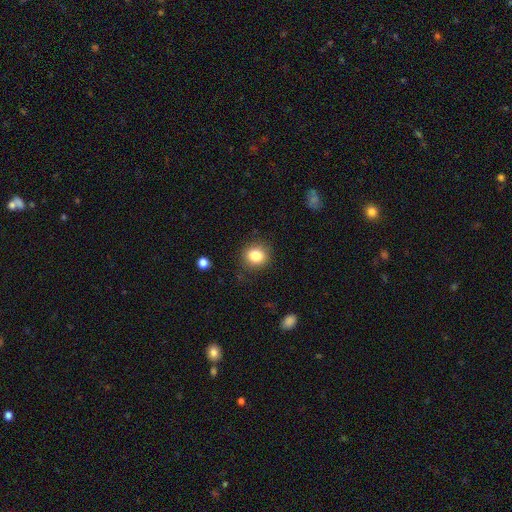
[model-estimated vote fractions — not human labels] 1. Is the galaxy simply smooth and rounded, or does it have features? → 84% smooth, 10% star or artifact, 6% featured or disk.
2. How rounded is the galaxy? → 78% round, 21% in between, 1% cigar-shaped.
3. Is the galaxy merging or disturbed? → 86% none, 10% minor disturbance, 3% major disturbance, 1% merger.